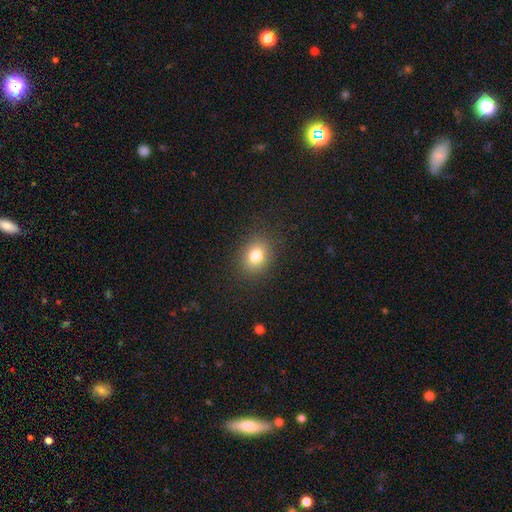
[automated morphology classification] This appears to be a smooth galaxy with no disk features (79%) that is in between round and cigar-shaped (52%). Merging: none (87%).